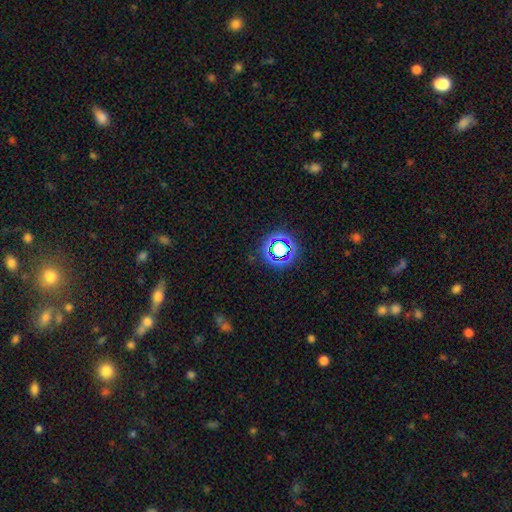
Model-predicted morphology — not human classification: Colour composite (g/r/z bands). It shows a star or artifact, not a galaxy (69%).